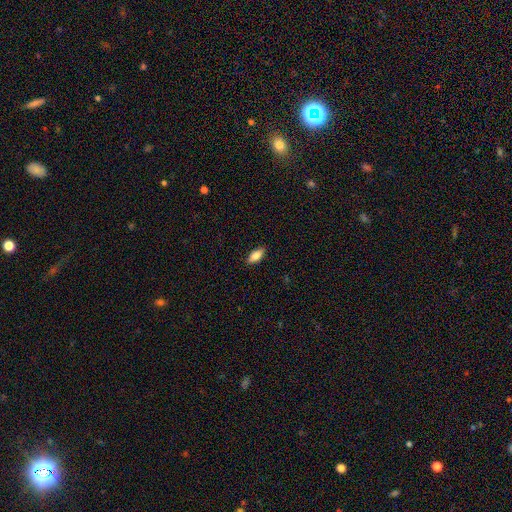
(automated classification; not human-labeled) The model was most divided on "how rounded": in between: 83%, cigar-shaped: 14%, round: 3%. More confident: merging — none (87%); smooth or featured — smooth (82%).